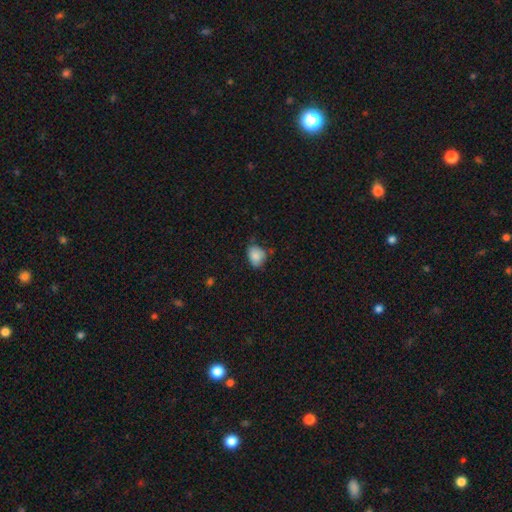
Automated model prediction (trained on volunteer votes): This appears to be a smooth galaxy with no disk features (85%) that is in between round and cigar-shaped (54%). Merging: none (58%).